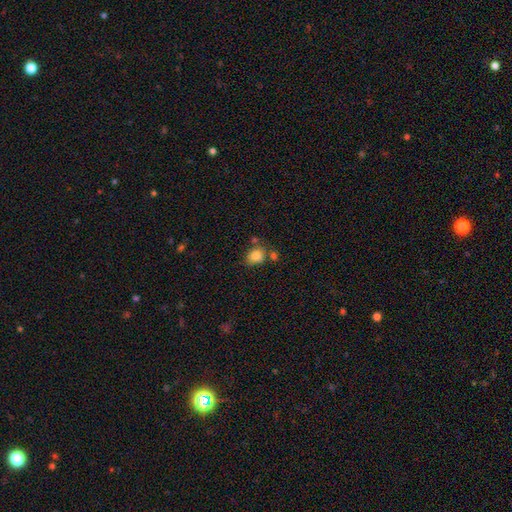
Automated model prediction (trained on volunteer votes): Morphology: type=smooth (82%); roundness=in between (51%); merging=none (59%).